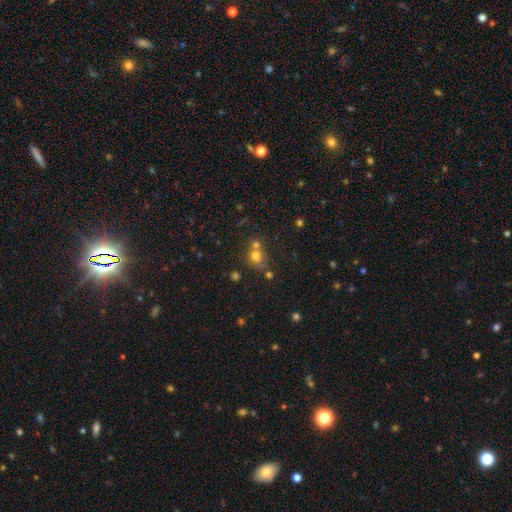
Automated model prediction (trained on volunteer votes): Smooth or featured? smooth (68%)
How rounded? round (71%)
Merging? merger (44%)